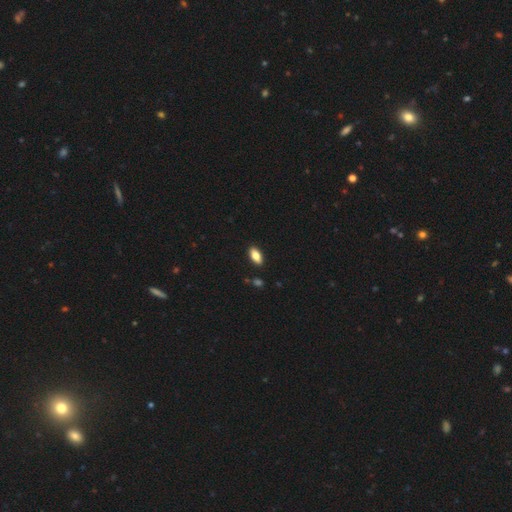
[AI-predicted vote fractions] Smooth or featured? Predicted: smooth (p=0.80). How rounded? Predicted: in between (p=0.88). Merging? Predicted: none (p=0.89).